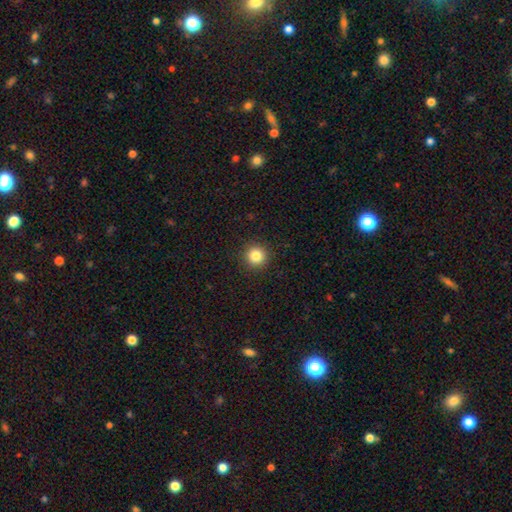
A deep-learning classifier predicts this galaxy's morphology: Overall: smooth (84%). How rounded: round (95%). Merging: none (93%).